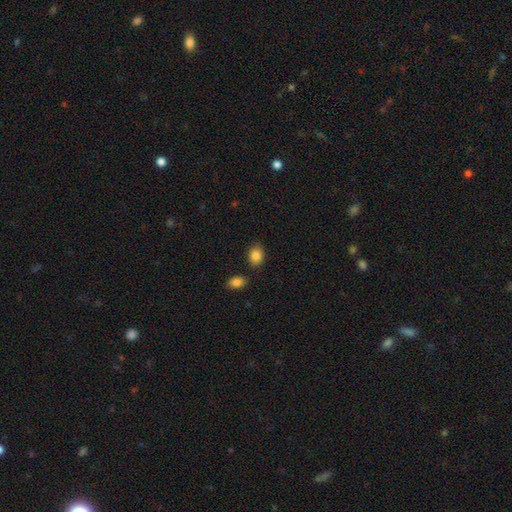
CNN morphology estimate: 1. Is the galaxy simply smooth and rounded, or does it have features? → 85% smooth, 8% star or artifact, 7% featured or disk.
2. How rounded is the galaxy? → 68% in between, 31% round, 1% cigar-shaped.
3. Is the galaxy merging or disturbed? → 82% none, 10% minor disturbance, 5% merger, 2% major disturbance.